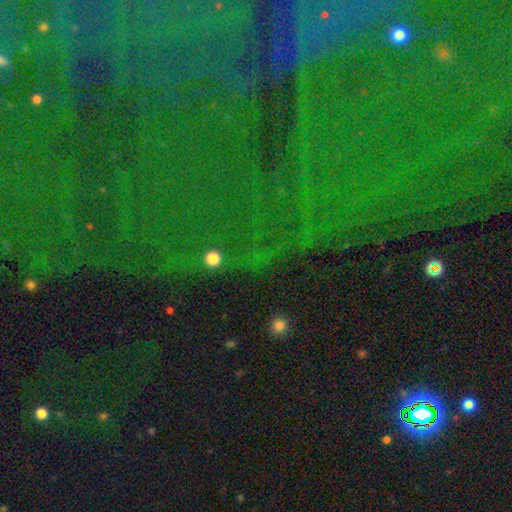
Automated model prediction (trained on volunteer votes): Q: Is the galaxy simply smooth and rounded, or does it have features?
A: star or artifact — 81%.